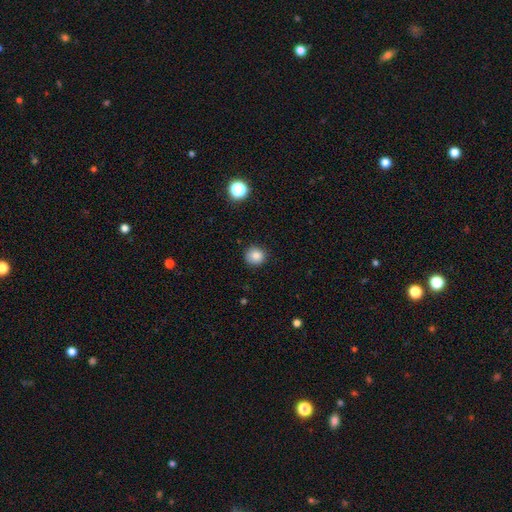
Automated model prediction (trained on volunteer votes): A smooth galaxy with no disk features (83%) that is round (92%).

Vote fractions:
- Smooth or featured? smooth: 83% / star or artifact: 11% / featured or disk: 6%
- How rounded? round: 92% / in between: 7% / cigar-shaped: 1%
- Merging? none: 88% / minor disturbance: 8% / major disturbance: 2% / merger: 1%